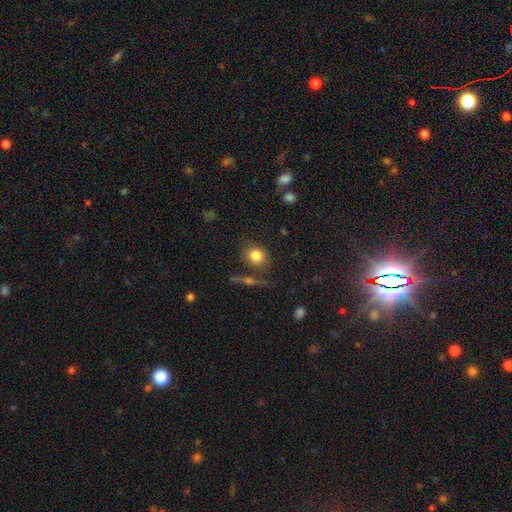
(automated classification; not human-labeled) Overall: smooth (81%). How rounded: round (67%; in between 31%). Merging: none (76%).